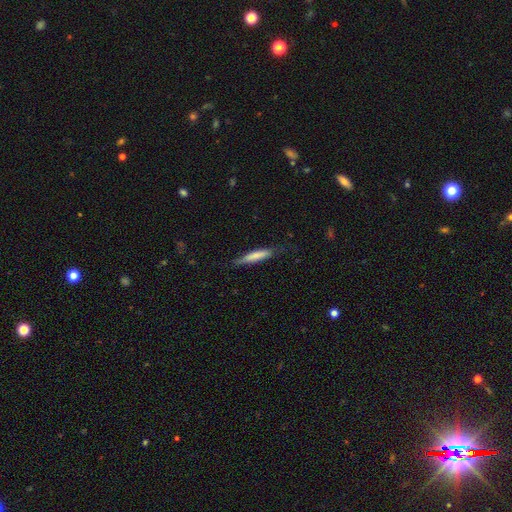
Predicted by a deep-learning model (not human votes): Morphology: type=smooth (71%); roundness=cigar-shaped (86%); merging=none (70%).